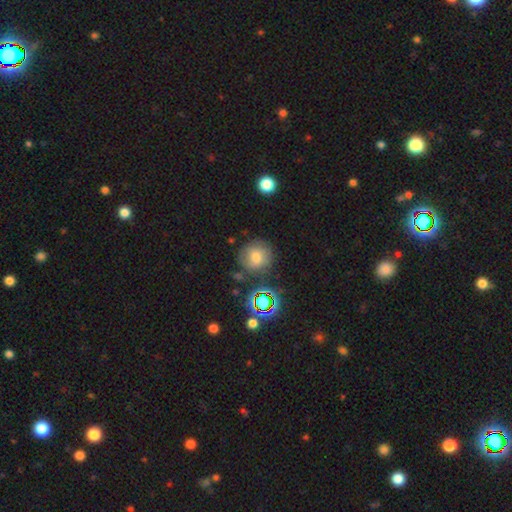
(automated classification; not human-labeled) This appears to be a smooth galaxy with no disk features (69%) that is round (88%). Merging: none (73%).